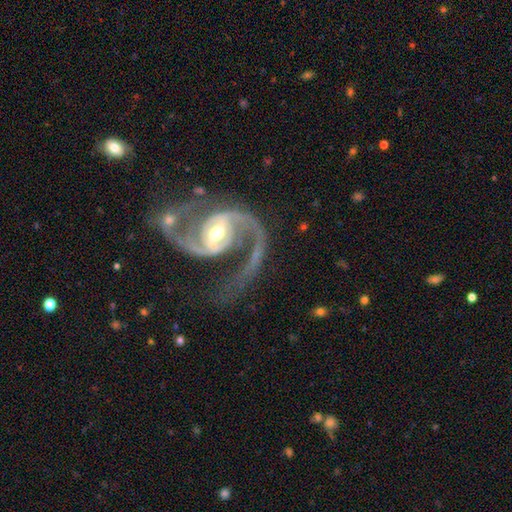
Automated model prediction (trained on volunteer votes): Q: Smooth or featured?
A: featured or disk (93%); runner-up: star or artifact (4%)
Q: Edge-on disk?
A: no (98%); runner-up: yes (2%)
Q: Bar?
A: weak (39%); runner-up: strong (37%)
Q: Spiral arms?
A: yes (98%); runner-up: no (2%)
Q: Spiral winding?
A: medium (59%); runner-up: loose (27%)
Q: Spiral arm count?
A: 2 (93%); runner-up: 1 (2%)
Q: Bulge size?
A: moderate (62%); runner-up: small (30%)
Q: Merging?
A: none (60%); runner-up: minor disturbance (16%)